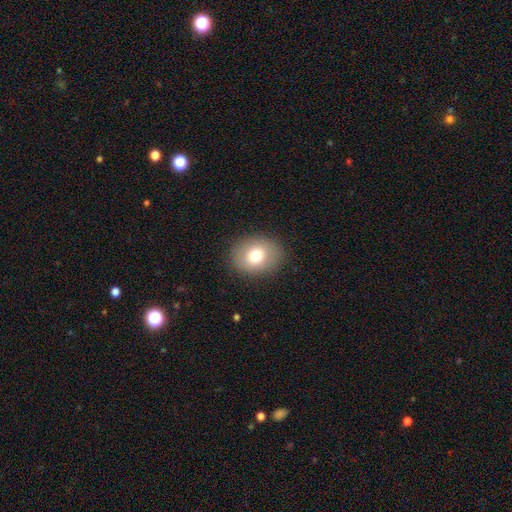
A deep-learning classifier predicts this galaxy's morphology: A smooth galaxy with no disk features (75%) that is round (51%). Merging: none (88%).